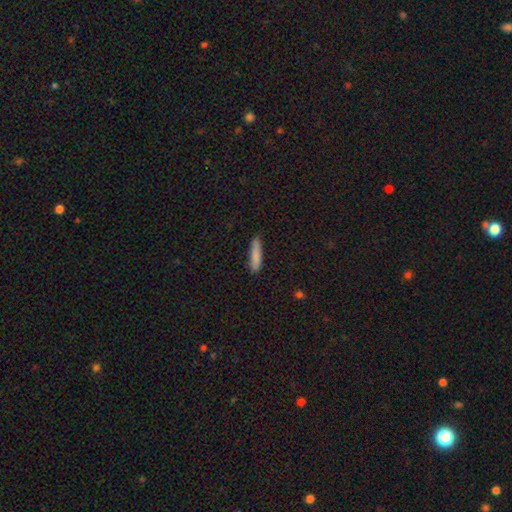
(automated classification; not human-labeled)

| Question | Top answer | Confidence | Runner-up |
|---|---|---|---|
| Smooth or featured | smooth | 84% | featured or disk (9%) |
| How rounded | cigar-shaped | 83% | in between (15%) |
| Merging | none | 82% | minor disturbance (14%) |